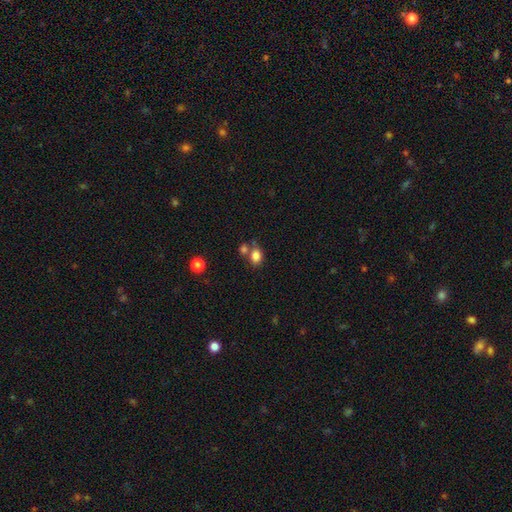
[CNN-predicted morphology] smooth 83%, star or artifact 10%, featured or disk 7%. Down the decision tree: how rounded — in between (69%); merging — none (54%).